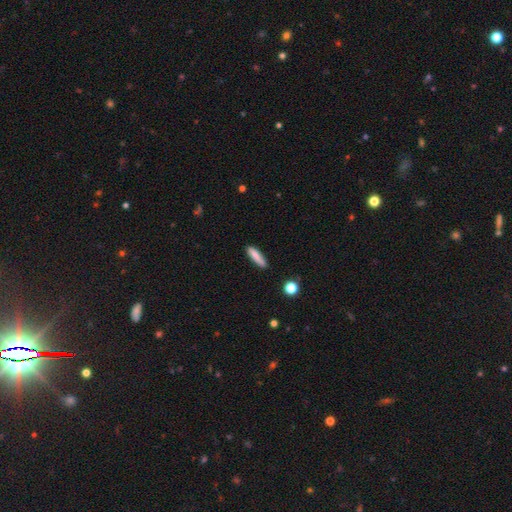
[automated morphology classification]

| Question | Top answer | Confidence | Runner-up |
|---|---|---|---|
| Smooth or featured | smooth | 81% | featured or disk (11%) |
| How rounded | cigar-shaped | 80% | in between (18%) |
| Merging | none | 83% | minor disturbance (13%) |